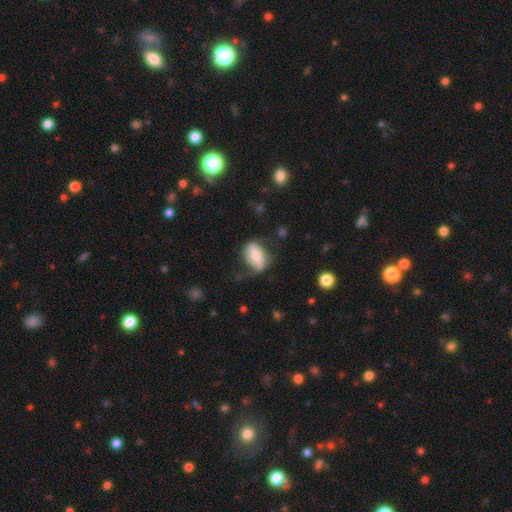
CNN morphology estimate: The model was most divided on "smooth or featured": smooth: 52%, featured or disk: 41%, star or artifact: 7%. More confident: how rounded — in between (86%); merging — none (52%).